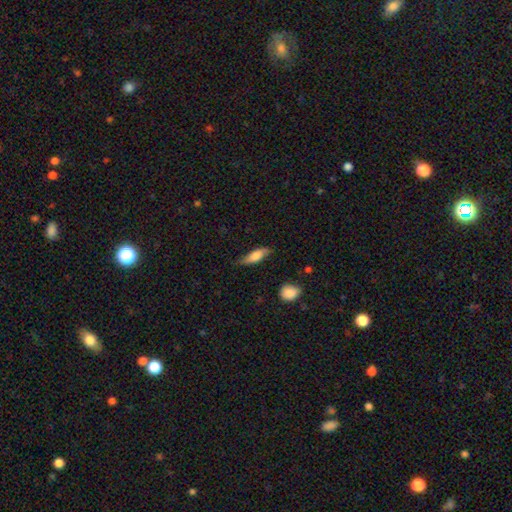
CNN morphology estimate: Smooth or featured? smooth (72%)
How rounded? in between (53%)
Merging? none (70%)